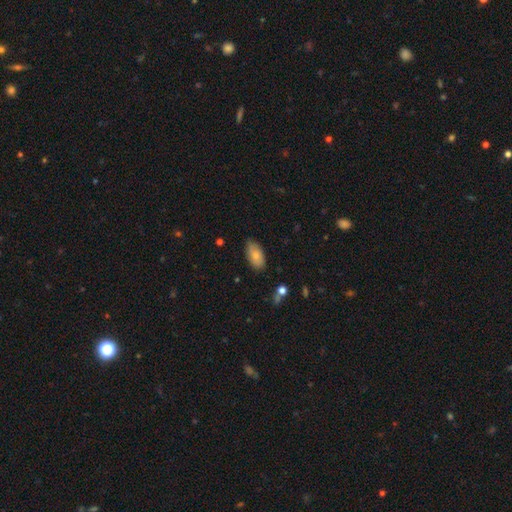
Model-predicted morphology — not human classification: Smooth or featured? Predicted: smooth (p=0.79). How rounded? Predicted: in between (p=0.93). Merging? Predicted: none (p=0.76).